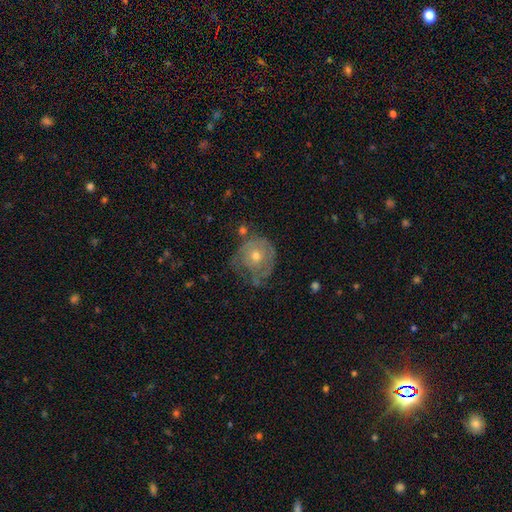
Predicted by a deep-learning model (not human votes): Smooth or featured? Predicted: featured or disk (p=0.61). Edge-on disk? Predicted: no (p=0.96). Bar? Predicted: no (p=0.87). Spiral arms? Predicted: yes (p=0.62). Bulge size? Predicted: moderate (p=0.61). Merging? Predicted: none (p=0.52).